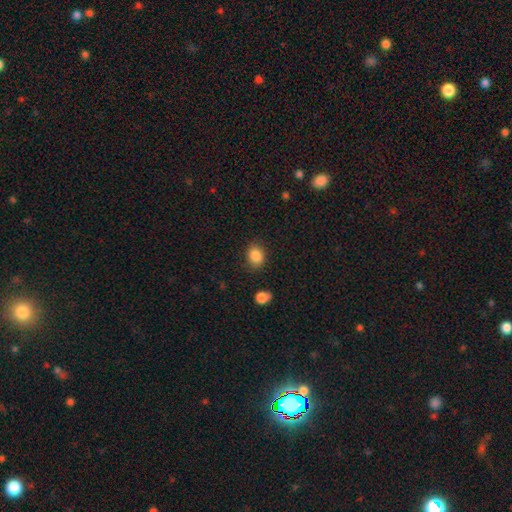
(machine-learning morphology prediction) Overall: smooth (86%). How rounded: round (54%; in between 45%). Merging: none (84%).